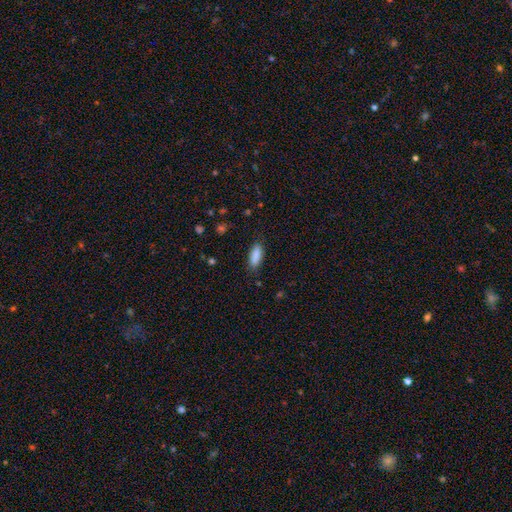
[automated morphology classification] type=smooth (87%); roundness=in between (68%); merging=none (84%).